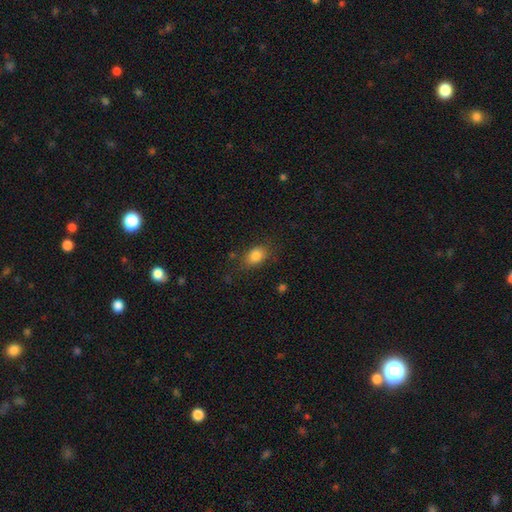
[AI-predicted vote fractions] The model was most divided on "how rounded": in between: 75%, round: 23%, cigar-shaped: 2%. More confident: smooth or featured — smooth (83%); merging — none (77%).